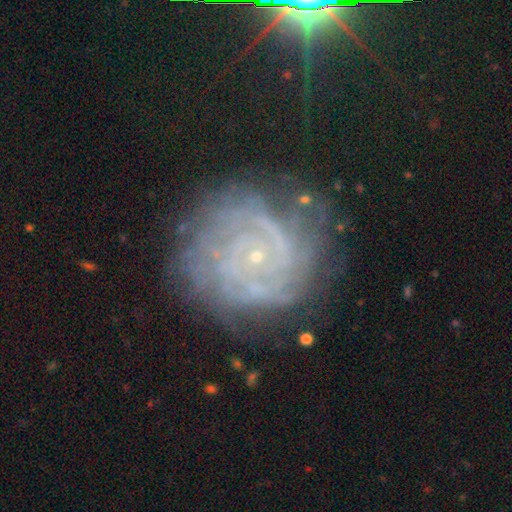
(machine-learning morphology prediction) Overall: featured or disk (80%). Edge-on disk: no (97%). Bar: no (78%). Spiral arms: yes (93%). Spiral arm count: can't tell (37%; 2 19%). Spiral winding: tight (74%). Bulge size: small (87%). Merging: none (70%).